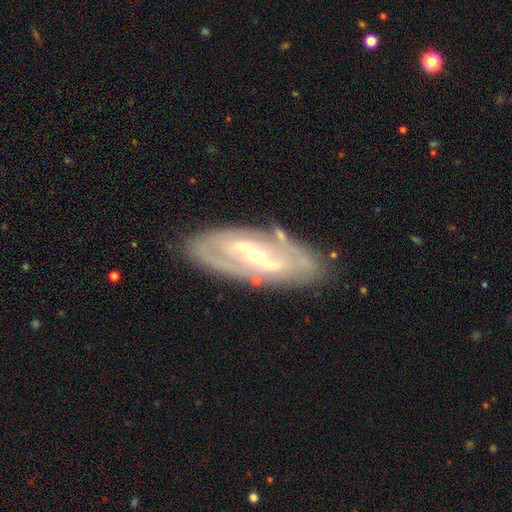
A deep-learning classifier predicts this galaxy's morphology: smooth_or_featured: featured or disk (p=0.81) [alt: smooth p=0.13]
disk_edge_on: no (p=0.89) [alt: yes p=0.11]
bar: weak (p=0.37) [alt: strong p=0.36]
has_spiral_arms: yes (p=0.78) [alt: no p=0.22]
spiral_winding: tight (p=0.46) [alt: medium p=0.38]
spiral_arm_count: 2 (p=0.62) [alt: can't tell p=0.25]
bulge_size: small (p=0.64) [alt: moderate p=0.32]
merging: none (p=0.80) [alt: minor disturbance p=0.13]